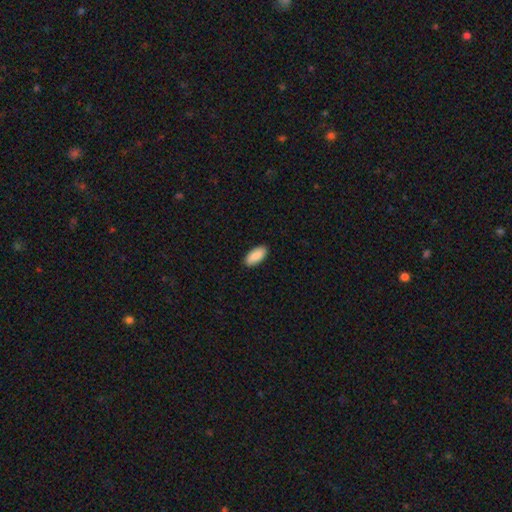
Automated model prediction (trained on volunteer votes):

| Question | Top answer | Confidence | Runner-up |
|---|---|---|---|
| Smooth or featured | smooth | 89% | star or artifact (6%) |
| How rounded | in between | 90% | cigar-shaped (8%) |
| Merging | none | 90% | minor disturbance (7%) |